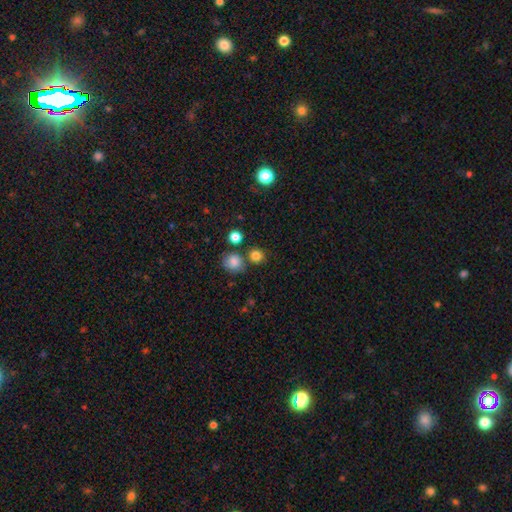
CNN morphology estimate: Smooth or featured: smooth — 82% (star or artifact — 13%)
How rounded: round — 86% (in between — 13%)
Merging: none — 73% (merger — 15%)